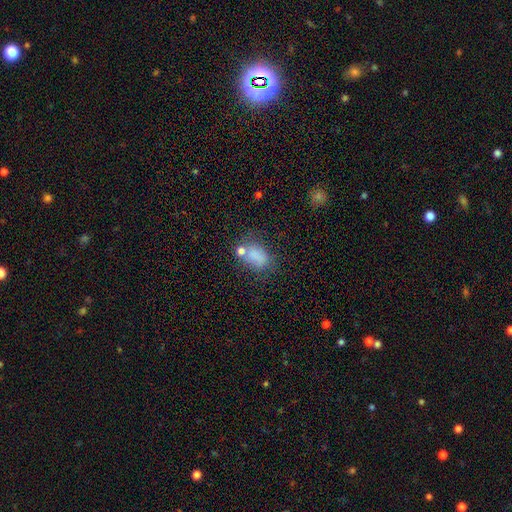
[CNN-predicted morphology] Smooth or featured: smooth — 74% (star or artifact — 13%)
How rounded: in between — 79% (round — 19%)
Merging: none — 46% (merger — 21%)